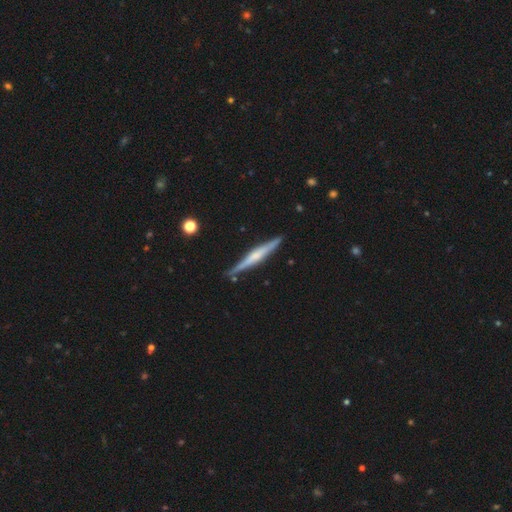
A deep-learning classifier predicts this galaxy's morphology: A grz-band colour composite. It shows a featured or disk galaxy (68%) viewed edge-on (98%) with a rounded central bulge (53%). Merging: none (86%).